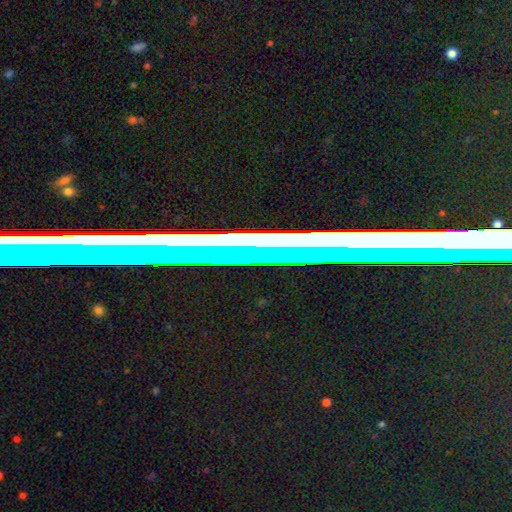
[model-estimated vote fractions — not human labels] smooth_or_featured: star or artifact (p=0.48) [alt: featured or disk p=0.37]